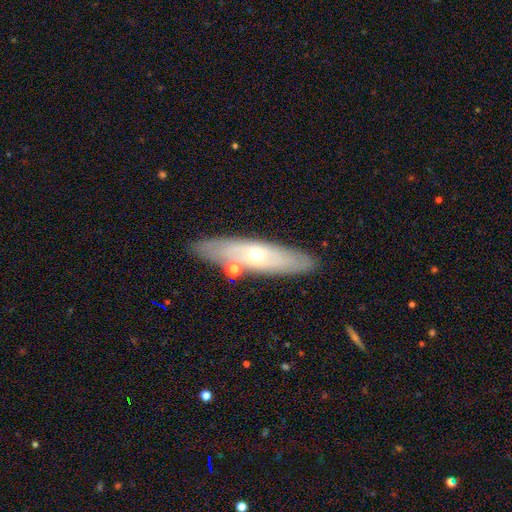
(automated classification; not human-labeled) This appears to be a featured or disk galaxy (59%). Merging: none (82%).